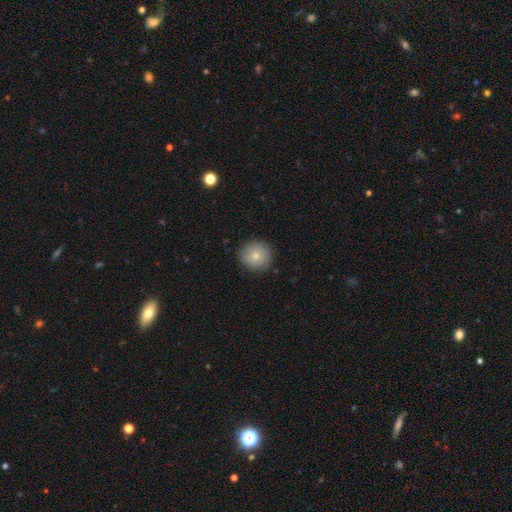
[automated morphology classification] Overall: smooth (80%). How rounded: round (93%). Merging: none (88%).